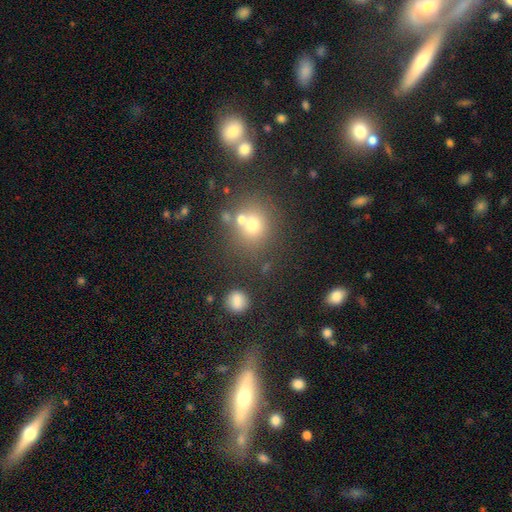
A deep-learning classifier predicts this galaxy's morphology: smooth 48%, star or artifact 35%, featured or disk 17%. Down the decision tree: merging — none (77%).